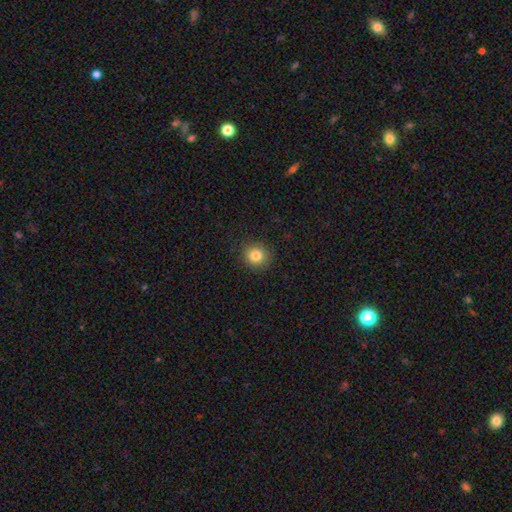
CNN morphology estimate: Smooth or featured?
  - smooth: 83% *
  - star or artifact: 11%
  - featured or disk: 6%
How rounded?
  - round: 90% *
  - in between: 9%
  - cigar-shaped: 1%
Merging?
  - none: 89% *
  - minor disturbance: 7%
  - major disturbance: 2%
  - merger: 1%